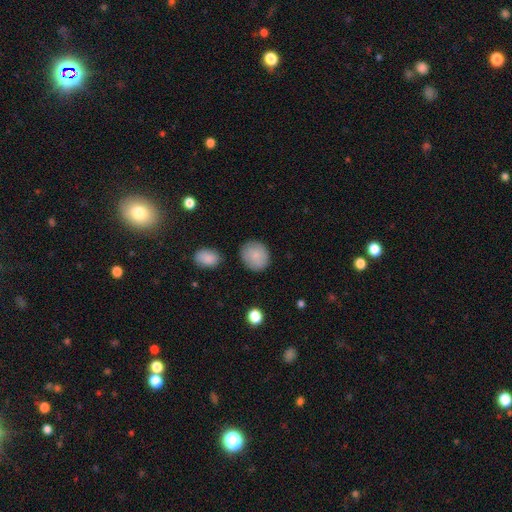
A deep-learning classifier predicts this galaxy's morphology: Smooth or featured? Predicted: smooth (p=0.86). How rounded? Predicted: round (p=0.81). Merging? Predicted: none (p=0.83).